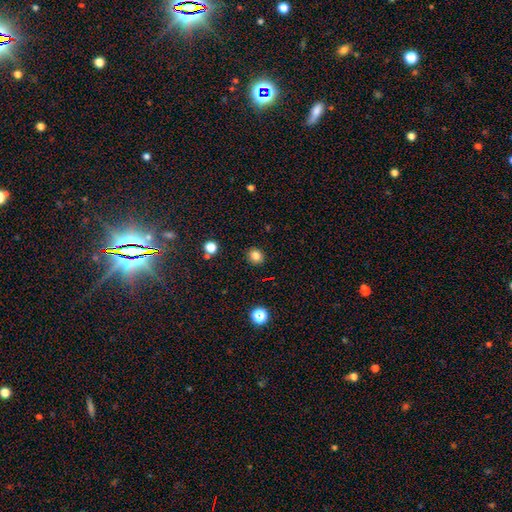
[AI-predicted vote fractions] Overall: smooth (81%). How rounded: round (83%). Merging: none (90%).